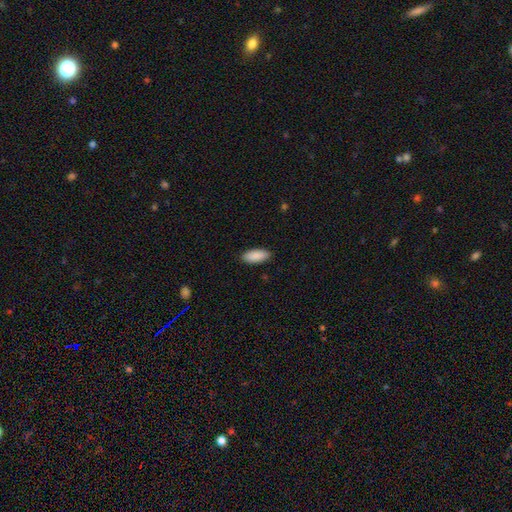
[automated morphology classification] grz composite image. It shows a smooth galaxy with no disk features (91%) that is in between round and cigar-shaped (85%). Merging: none (90%).